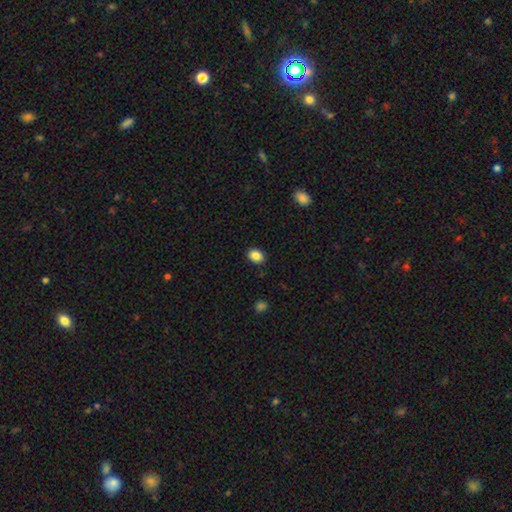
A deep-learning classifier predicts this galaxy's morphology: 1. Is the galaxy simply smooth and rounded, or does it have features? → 86% smooth, 9% star or artifact, 5% featured or disk.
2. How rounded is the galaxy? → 64% in between, 36% round, 1% cigar-shaped.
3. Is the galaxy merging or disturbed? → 88% none, 9% minor disturbance, 2% major disturbance, 1% merger.